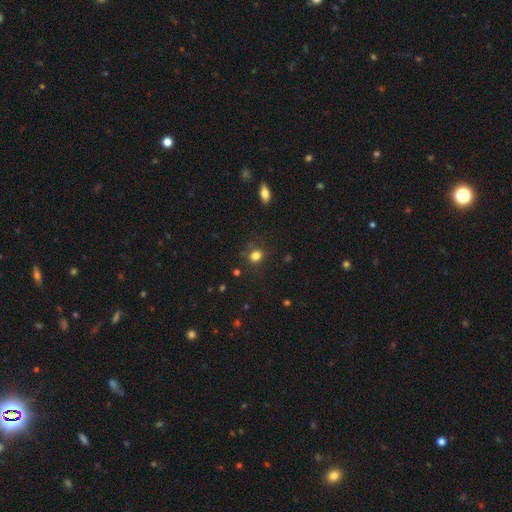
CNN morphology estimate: This is clearly a smooth galaxy (80%). How rounded: likely round (69%). Merging: likely none (79%).